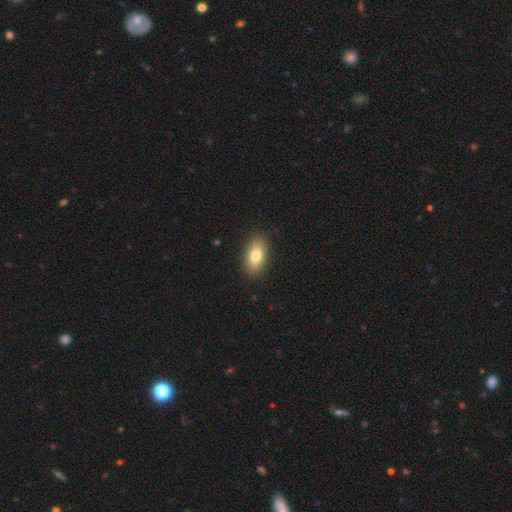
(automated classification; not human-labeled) Smooth or featured? smooth (81%)
How rounded? in between (89%)
Merging? none (88%)